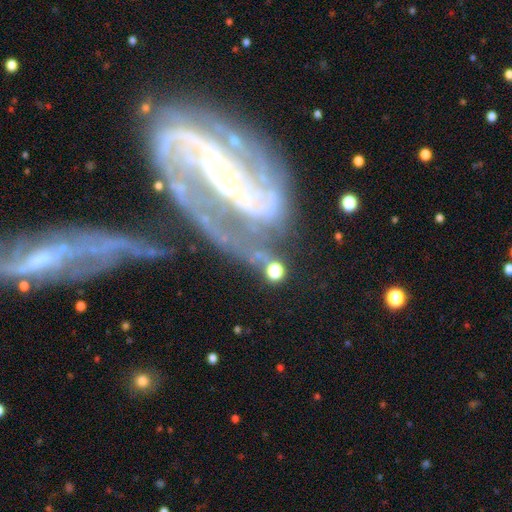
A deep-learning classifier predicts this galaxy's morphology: A featured or disk galaxy (86%) with a strong bar (39%), 2 (66%) medium (45%) spiral arms (94%) and a small central bulge (48%).

Vote fractions:
- Smooth or featured? featured or disk: 86% / star or artifact: 8% / smooth: 7%
- Edge-on disk? no: 96% / yes: 4%
- Bar? strong: 39% / weak: 33% / no: 28%
- Spiral arms? yes: 94% / no: 6%
- Spiral winding? medium: 45% / tight: 31% / loose: 24%
- Spiral arm count? 2: 66% / can't tell: 11% / 3: 9% / 1: 5% / 4: 5% / more than 4: 5%
- Bulge size? small: 48% / moderate: 28% / none: 14% / large: 7% / dominant: 2%
- Merging? none: 49% / major disturbance: 22% / minor disturbance: 19% / merger: 9%